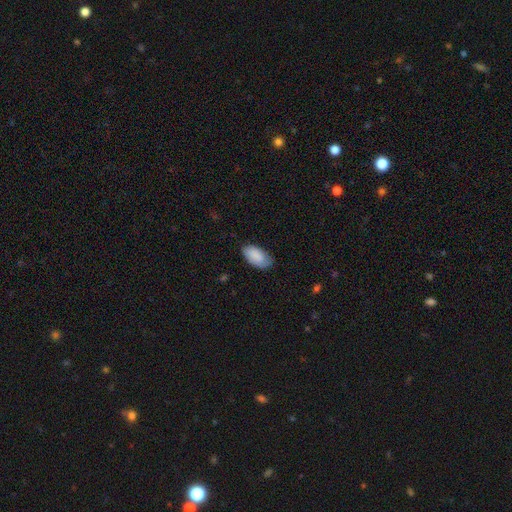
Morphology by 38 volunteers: smooth_or_featured: smooth (p=0.79) [alt: featured or disk p=0.16]
how_rounded: in between (p=1.00)
merging: none (p=0.69) [alt: minor disturbance p=0.28]